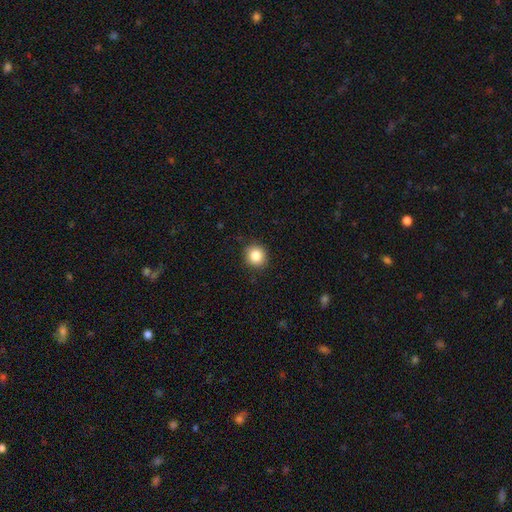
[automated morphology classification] Smooth or featured? Predicted: smooth (p=0.84). How rounded? Predicted: round (p=0.91). Merging? Predicted: none (p=0.89).